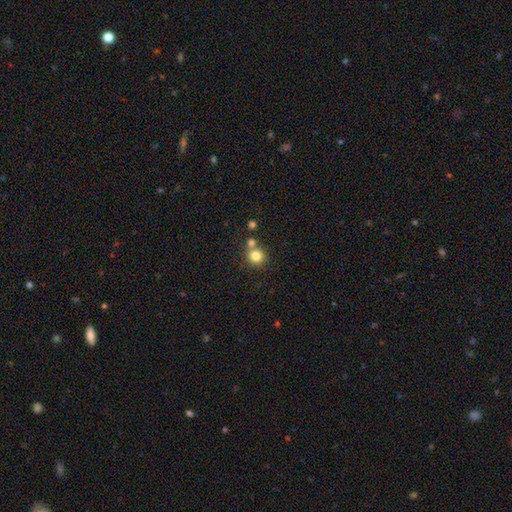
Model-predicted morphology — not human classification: Smooth or featured? Predicted: smooth (p=0.81). How rounded? Predicted: round (p=0.90). Merging? Predicted: none (p=0.64).